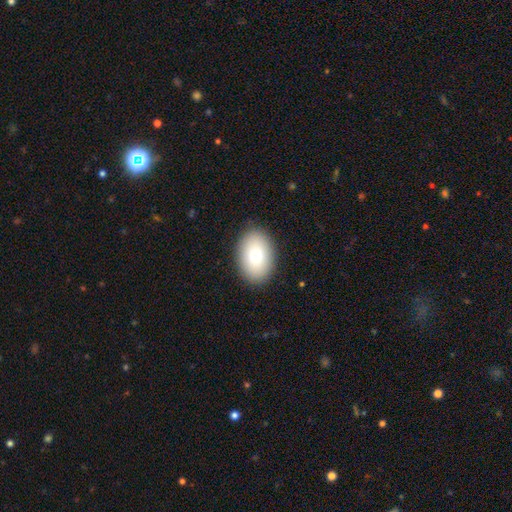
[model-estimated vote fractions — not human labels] Morphology: type=smooth (76%); roundness=in between (80%); merging=none (89%).